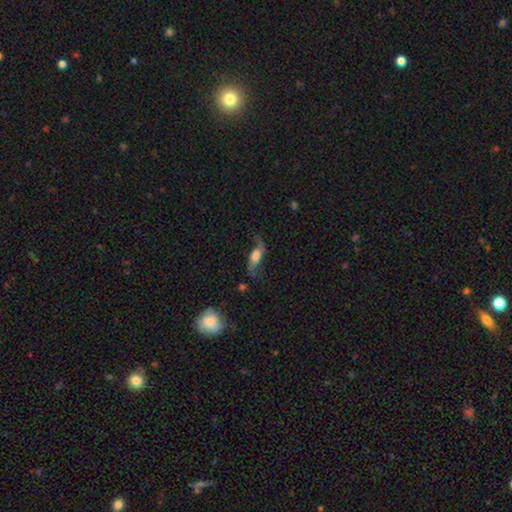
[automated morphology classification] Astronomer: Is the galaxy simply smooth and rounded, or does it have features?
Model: featured or disk — 59%.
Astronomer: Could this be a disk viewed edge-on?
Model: no — 74%.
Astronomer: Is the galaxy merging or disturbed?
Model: none — 56%.